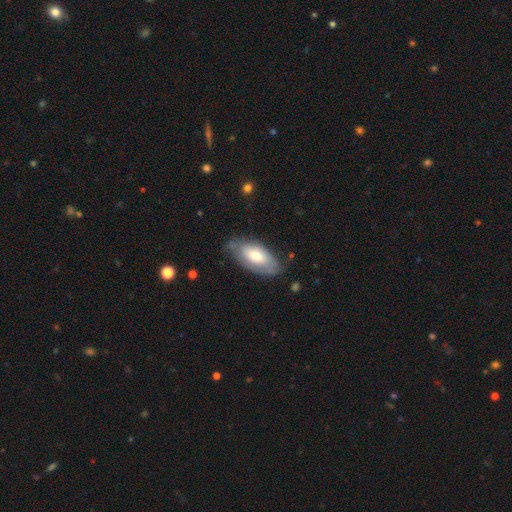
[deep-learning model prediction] Q: Smooth or featured?
A: smooth (58%); runner-up: featured or disk (36%)
Q: How rounded?
A: in between (91%); runner-up: cigar-shaped (6%)
Q: Merging?
A: none (66%); runner-up: minor disturbance (26%)